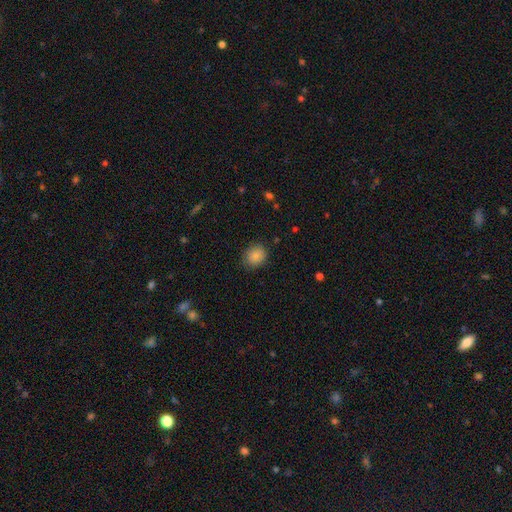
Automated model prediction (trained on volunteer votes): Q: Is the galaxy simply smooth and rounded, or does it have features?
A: smooth — 86%.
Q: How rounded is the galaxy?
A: round — 67%.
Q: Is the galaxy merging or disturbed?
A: none — 85%.